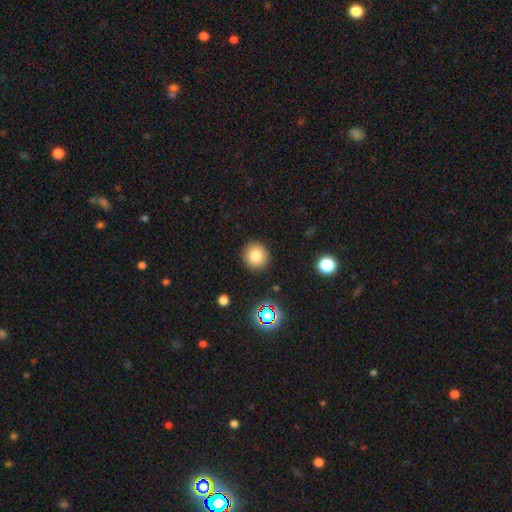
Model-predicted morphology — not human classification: This appears to be a smooth galaxy with no disk features (80%) that is round (93%). Merging: none (91%).